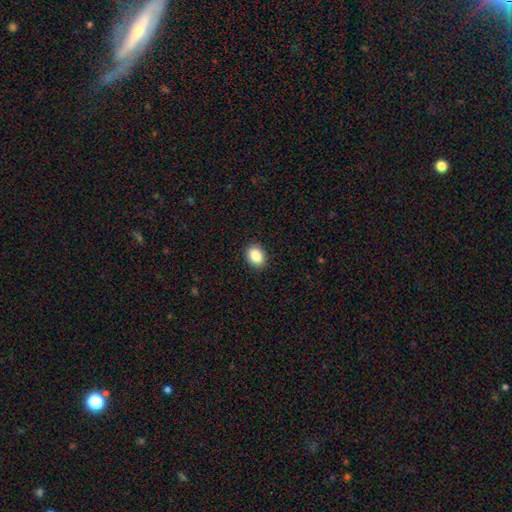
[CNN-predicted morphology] smooth_or_featured: smooth (p=0.87) [alt: star or artifact p=0.08]
how_rounded: in between (p=0.62) [alt: round p=0.37]
merging: none (p=0.90) [alt: minor disturbance p=0.07]